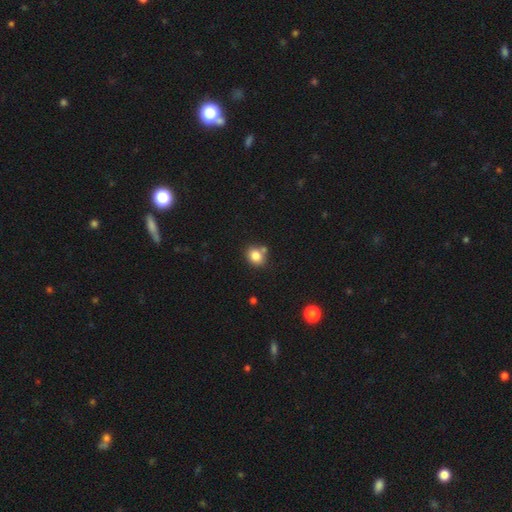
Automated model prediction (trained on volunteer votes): smooth 83%, star or artifact 10%, featured or disk 7%. Down the decision tree: how rounded — round (58%); merging — none (67%).